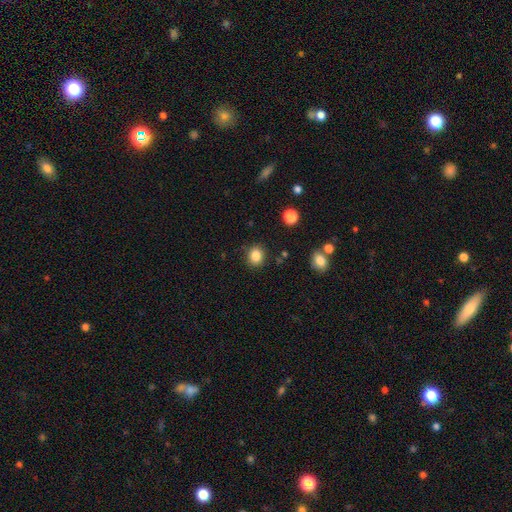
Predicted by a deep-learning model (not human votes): This appears to be a smooth galaxy with no disk features (85%) that is round (74%). Merging: none (88%).